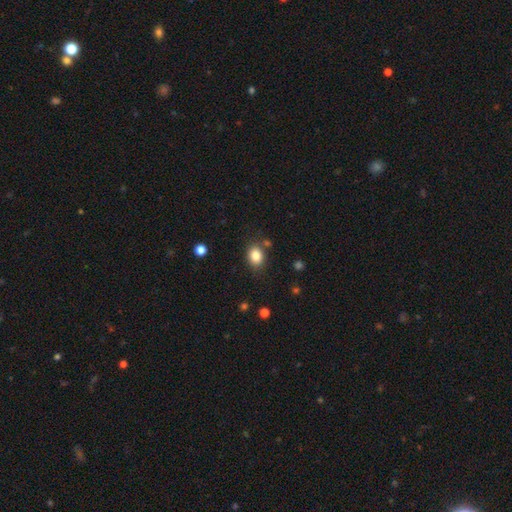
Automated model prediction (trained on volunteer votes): Smooth or featured? Predicted: smooth (p=0.84). How rounded? Predicted: in between (p=0.56). Merging? Predicted: none (p=0.78).